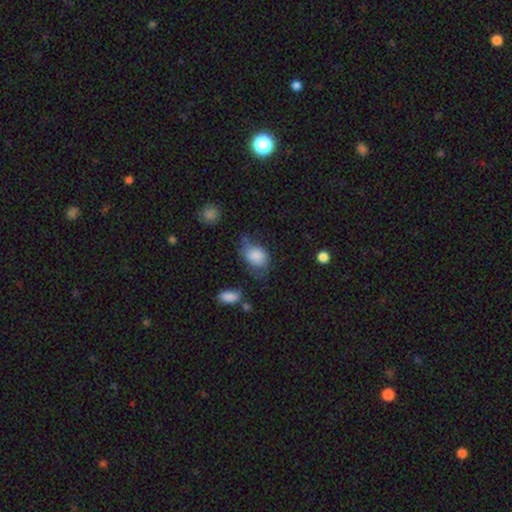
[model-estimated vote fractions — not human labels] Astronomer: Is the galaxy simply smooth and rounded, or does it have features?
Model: smooth — 82%.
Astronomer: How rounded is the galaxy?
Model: in between — 72%.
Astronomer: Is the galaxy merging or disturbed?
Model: none — 39% (runner-up: minor disturbance, 35%).